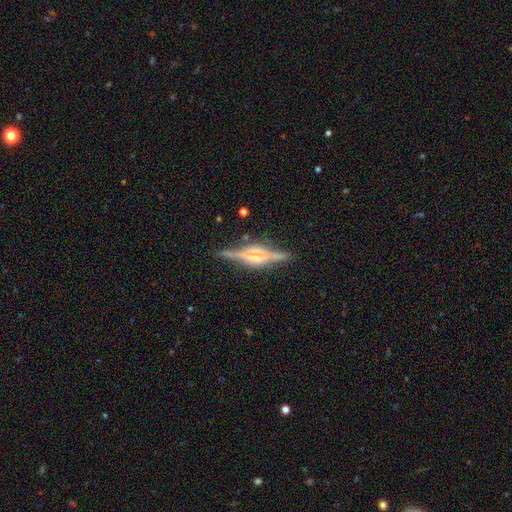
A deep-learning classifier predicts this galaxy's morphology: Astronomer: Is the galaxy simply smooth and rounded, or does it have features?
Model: featured or disk — 85%.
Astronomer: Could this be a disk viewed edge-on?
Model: yes — 97%.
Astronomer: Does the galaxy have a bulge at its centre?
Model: rounded — 64%.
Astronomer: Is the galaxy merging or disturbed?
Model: none — 83%.